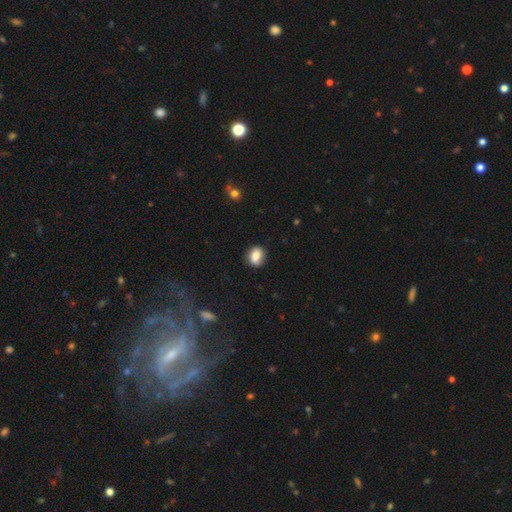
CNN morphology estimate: smooth-or-featured: smooth: 77% | featured or disk: 14% | star or artifact: 9%
  how-rounded: round: 54% | in between: 45% | cigar-shaped: 1%
  merging: none: 77% | minor disturbance: 16% | major disturbance: 4% | merger: 3%